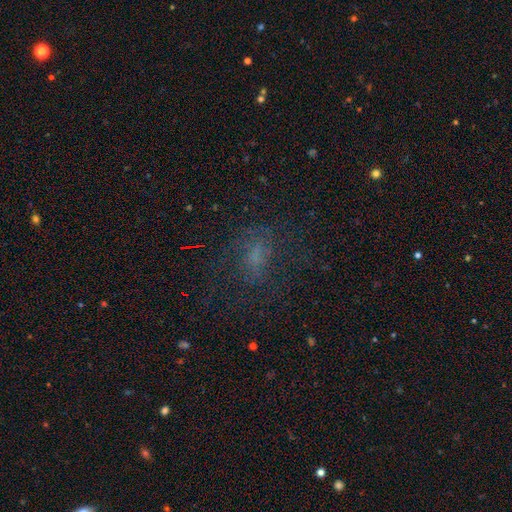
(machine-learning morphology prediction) type=smooth (41%); merging=none (57%).